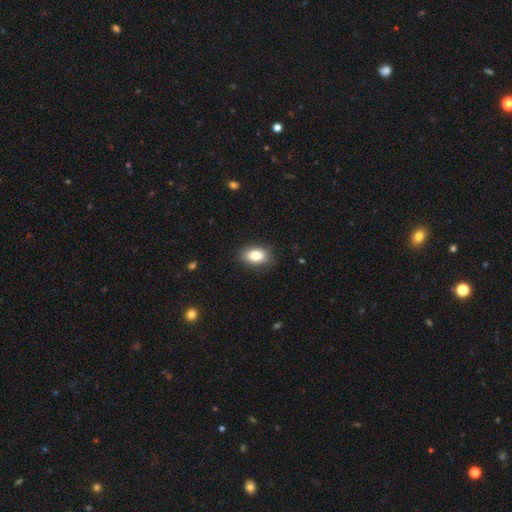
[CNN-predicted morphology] A smooth galaxy with no disk features (82%) that is in between round and cigar-shaped (86%). Merging: none (84%).